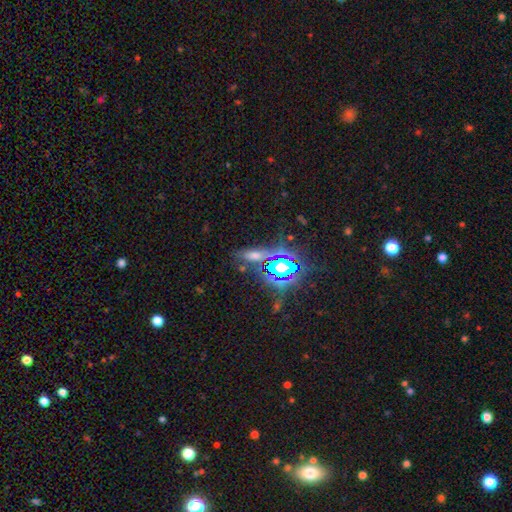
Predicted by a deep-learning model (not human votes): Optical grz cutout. It shows a star or artifact, not a galaxy (52%).